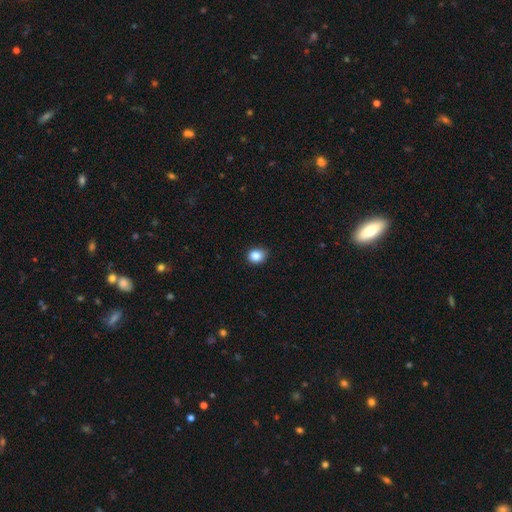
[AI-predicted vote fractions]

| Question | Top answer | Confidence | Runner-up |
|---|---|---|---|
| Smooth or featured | smooth | 86% | star or artifact (10%) |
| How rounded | round | 65% | in between (34%) |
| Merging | none | 83% | minor disturbance (13%) |